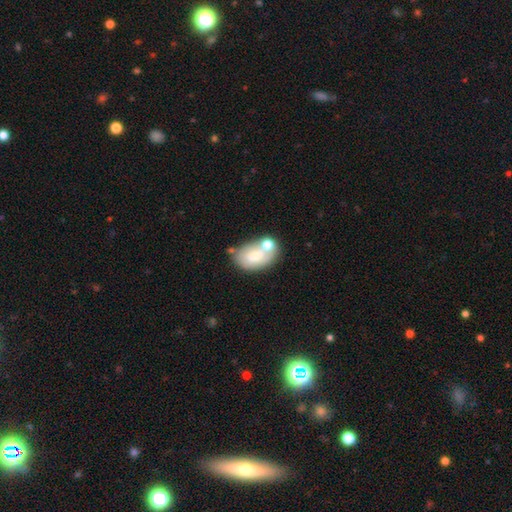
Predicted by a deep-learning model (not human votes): A smooth galaxy with no disk features (58%) that is in between round and cigar-shaped (87%). Merging: none (39%).